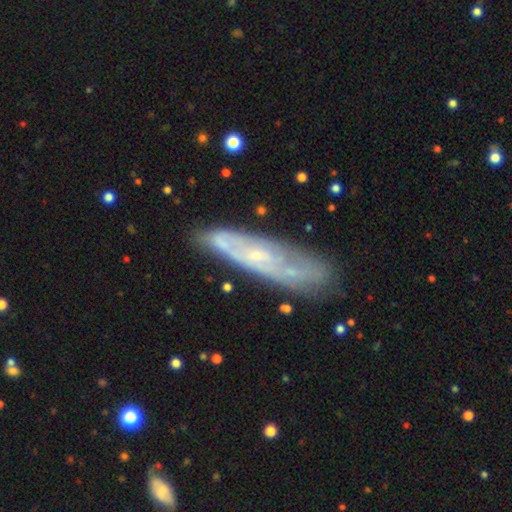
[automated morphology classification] smooth_or_featured: featured or disk (p=0.69) [alt: smooth p=0.23]
disk_edge_on: no (p=0.63) [alt: yes p=0.37]
merging: none (p=0.77) [alt: minor disturbance p=0.16]